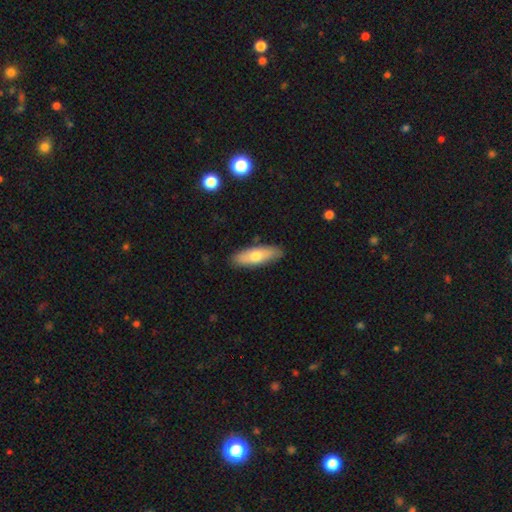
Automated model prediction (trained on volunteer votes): A smooth galaxy with no disk features (68%) that is in between round and cigar-shaped (57%).

Vote fractions:
- Smooth or featured? smooth: 68% / featured or disk: 27% / star or artifact: 6%
- How rounded? in between: 57% / cigar-shaped: 41% / round: 2%
- Merging? none: 87% / minor disturbance: 10% / major disturbance: 2% / merger: 1%